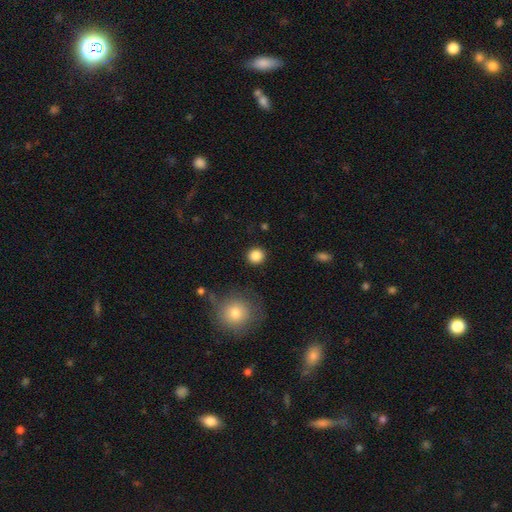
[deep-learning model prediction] A smooth galaxy with no disk features (85%) that is round (92%). Merging: none (90%).